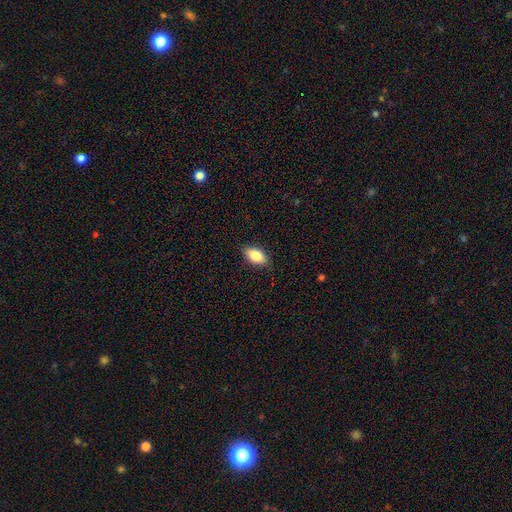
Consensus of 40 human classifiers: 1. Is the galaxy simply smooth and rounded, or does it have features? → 88% smooth, 10% featured or disk, 2% star or artifact.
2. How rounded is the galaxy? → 94% in between, 6% round, 0% cigar-shaped.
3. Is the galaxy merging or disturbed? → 85% none, 8% minor disturbance, 8% major disturbance, 0% merger.